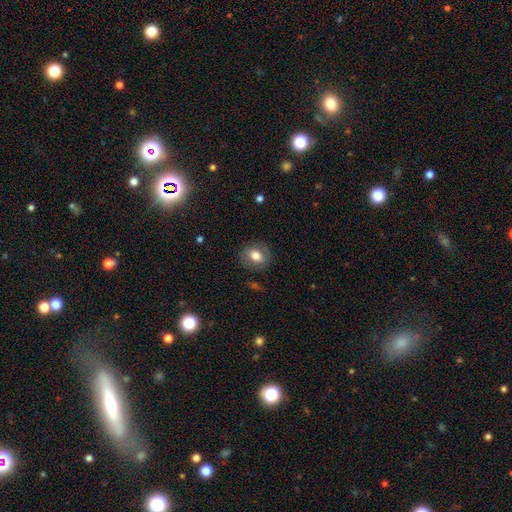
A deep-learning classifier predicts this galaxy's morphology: Smooth or featured? Predicted: smooth (p=0.71). How rounded? Predicted: round (p=0.67). Merging? Predicted: none (p=0.84).